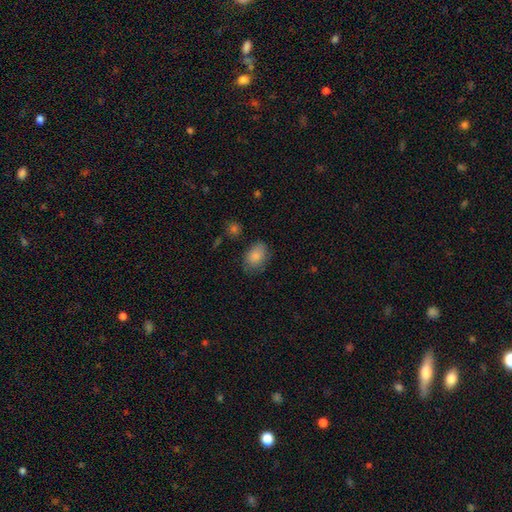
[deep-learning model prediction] Overall: smooth (84%). How rounded: in between (80%). Merging: none (69%).